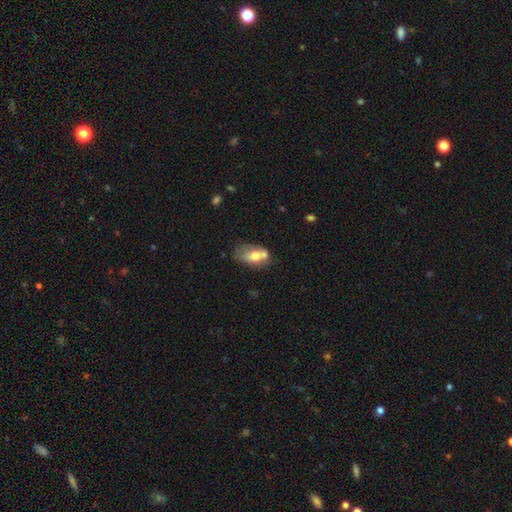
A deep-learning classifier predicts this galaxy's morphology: This appears to be a smooth galaxy with no disk features (62%) that is in between round and cigar-shaped (87%). Merging: merger (36%).